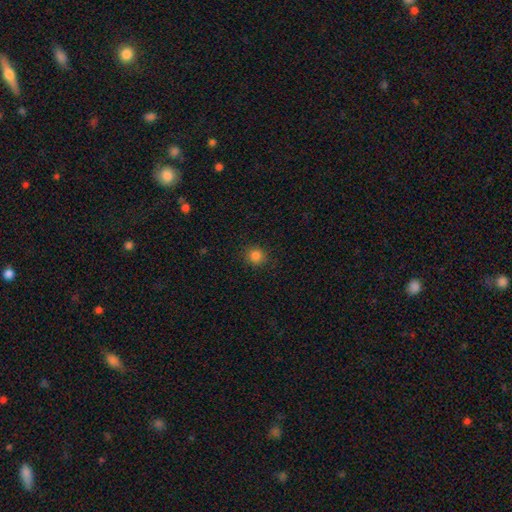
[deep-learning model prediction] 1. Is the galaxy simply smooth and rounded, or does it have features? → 84% smooth, 12% star or artifact, 4% featured or disk.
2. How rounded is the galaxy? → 91% round, 8% in between, 1% cigar-shaped.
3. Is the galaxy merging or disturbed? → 90% none, 7% minor disturbance, 2% major disturbance, 1% merger.